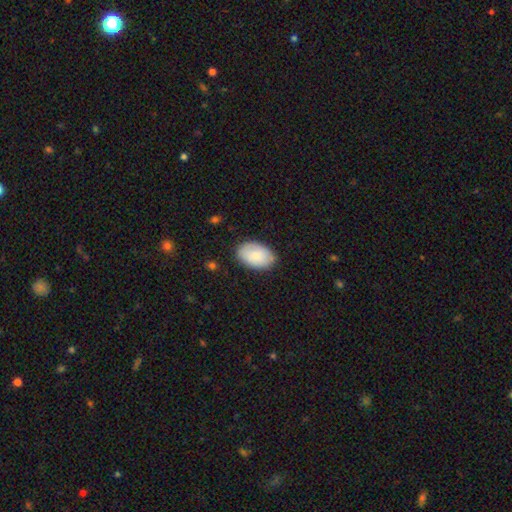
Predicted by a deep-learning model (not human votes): Smooth or featured? Predicted: smooth (p=0.79). How rounded? Predicted: in between (p=0.91). Merging? Predicted: none (p=0.81).